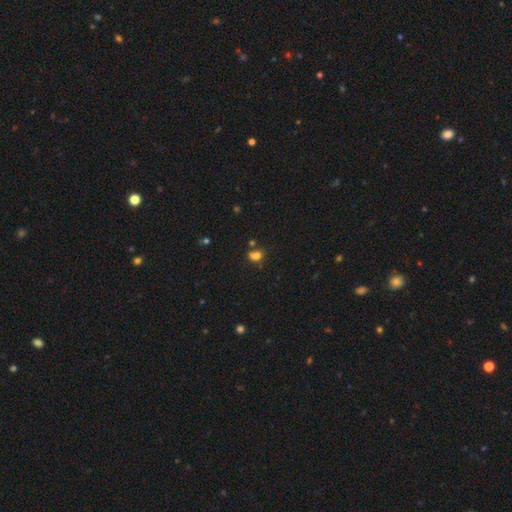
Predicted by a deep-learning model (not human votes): Smooth or featured? Predicted: smooth (p=0.72). How rounded? Predicted: in between (p=0.50). Merging? Predicted: none (p=0.40).